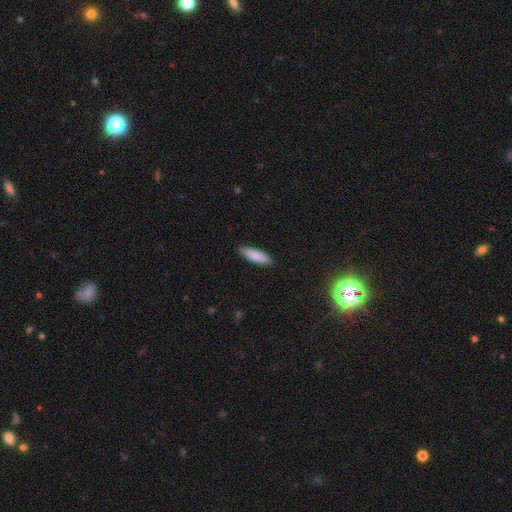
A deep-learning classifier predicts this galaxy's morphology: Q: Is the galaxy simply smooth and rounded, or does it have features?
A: smooth — 86%.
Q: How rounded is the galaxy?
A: cigar-shaped — 53%.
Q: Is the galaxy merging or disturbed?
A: none — 88%.